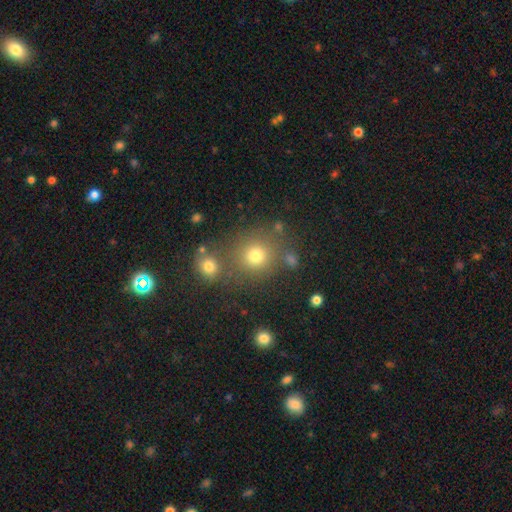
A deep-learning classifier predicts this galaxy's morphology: smooth 74%, star or artifact 18%, featured or disk 8%. Down the decision tree: how rounded — round (88%); merging — none (71%).